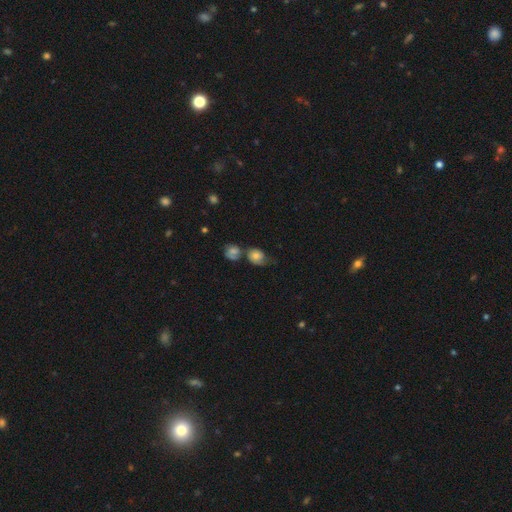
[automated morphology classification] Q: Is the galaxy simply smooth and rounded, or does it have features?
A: smooth — 66%.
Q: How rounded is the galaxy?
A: round — 57%.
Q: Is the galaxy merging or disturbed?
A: merger — 33%.